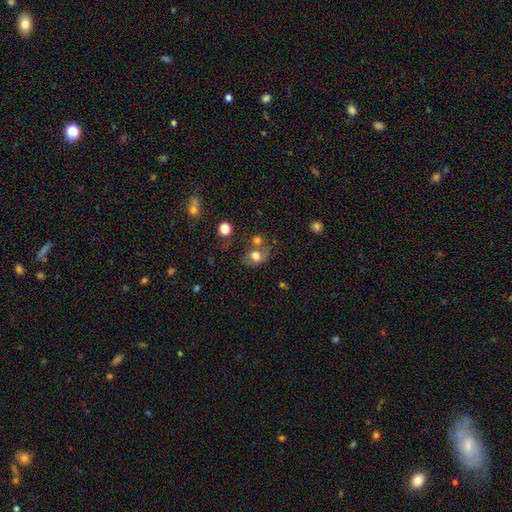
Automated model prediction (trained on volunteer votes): Smooth or featured? Predicted: smooth (p=0.70). How rounded? Predicted: round (p=0.56). Merging? Predicted: none (p=0.48).